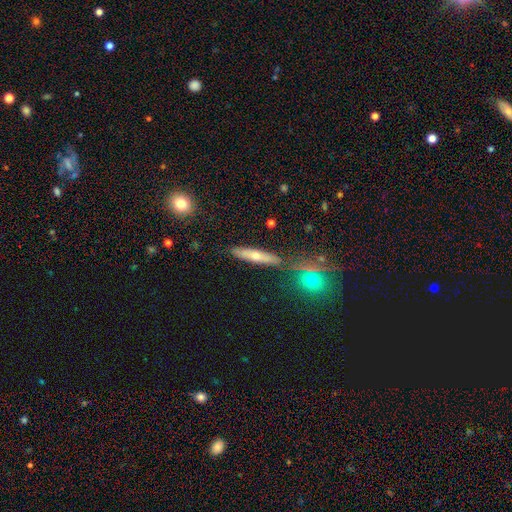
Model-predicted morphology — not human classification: Smooth or featured: featured or disk — 52% (smooth — 36%)
Edge-on disk: yes — 78% (no — 22%)
Merging: none — 77% (minor disturbance — 13%)